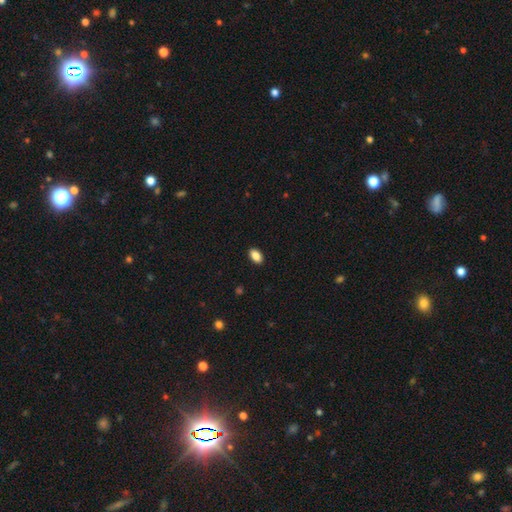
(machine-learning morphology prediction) smooth_or_featured: smooth (p=0.88) [alt: star or artifact p=0.08]
how_rounded: in between (p=0.91) [alt: round p=0.07]
merging: none (p=0.90) [alt: minor disturbance p=0.07]